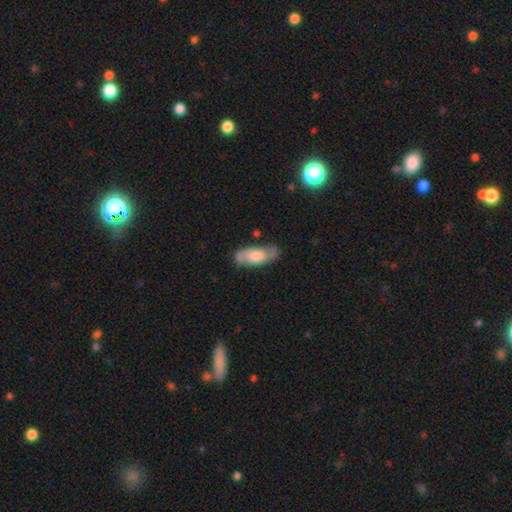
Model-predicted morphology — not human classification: A smooth galaxy with no disk features (49%). Merging: none (74%).